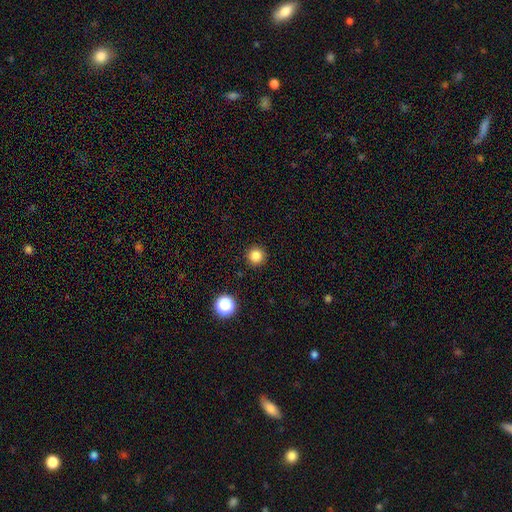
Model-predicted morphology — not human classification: smooth_or_featured: smooth (p=0.83) [alt: star or artifact p=0.13]
how_rounded: round (p=0.96) [alt: in between p=0.03]
merging: none (p=0.92) [alt: minor disturbance p=0.05]